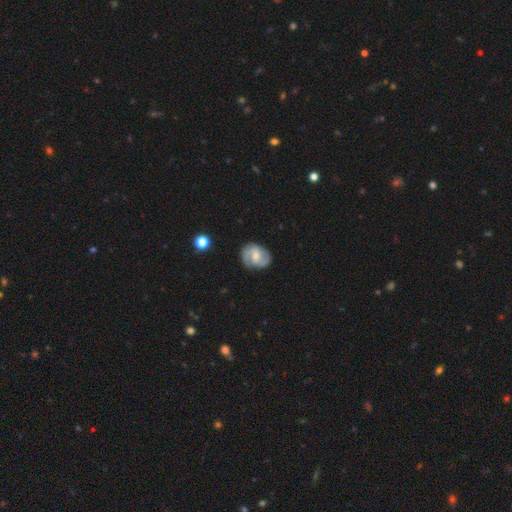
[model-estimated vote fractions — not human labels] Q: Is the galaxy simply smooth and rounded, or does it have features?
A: featured or disk — 68%.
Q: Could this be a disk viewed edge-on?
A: no — 97%.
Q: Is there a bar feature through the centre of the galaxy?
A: weak — 52%.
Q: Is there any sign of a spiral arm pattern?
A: yes — 90%.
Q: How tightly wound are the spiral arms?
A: medium — 48%.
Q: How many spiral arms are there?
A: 2 — 78%.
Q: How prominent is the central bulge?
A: moderate — 51%.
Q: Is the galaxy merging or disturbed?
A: none — 78%.